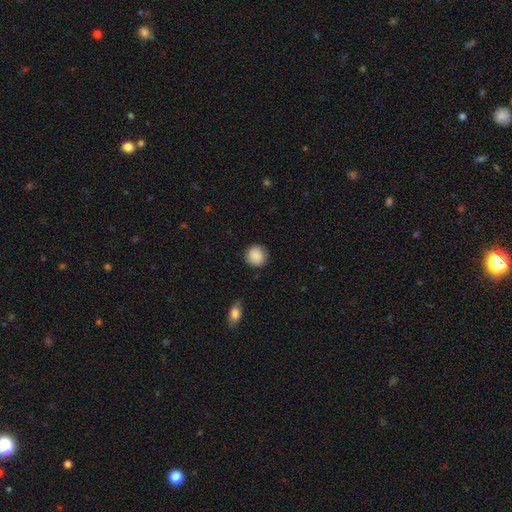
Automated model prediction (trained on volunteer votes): Smooth or featured: smooth — 89% (star or artifact — 8%)
How rounded: round — 93% (in between — 6%)
Merging: none — 87% (minor disturbance — 10%)